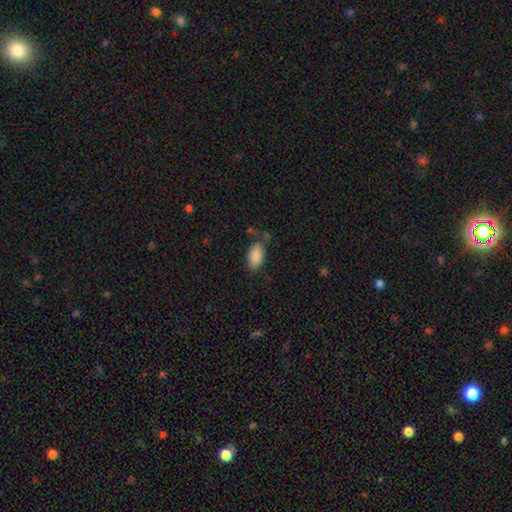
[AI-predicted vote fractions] The model was most divided on "merging": none: 67%, minor disturbance: 20%, major disturbance: 6%, merger: 6%. More confident: how rounded — in between (94%); smooth or featured — smooth (87%).